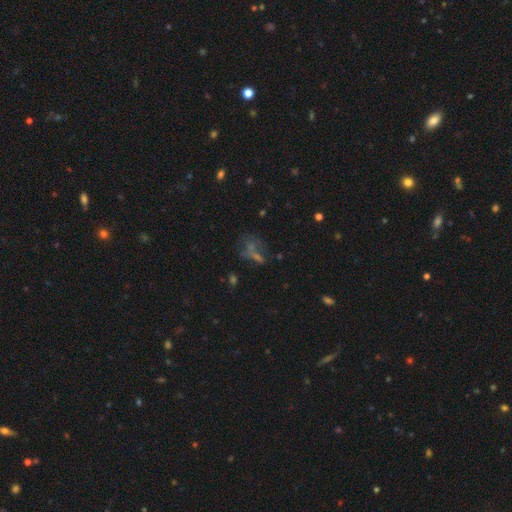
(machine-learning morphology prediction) Smooth or featured? Predicted: star or artifact (p=0.38).